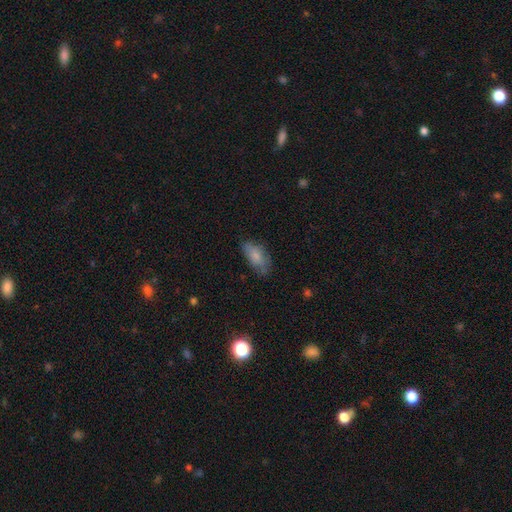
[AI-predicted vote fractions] Morphology: type=smooth (79%); roundness=in between (88%); merging=none (66%).